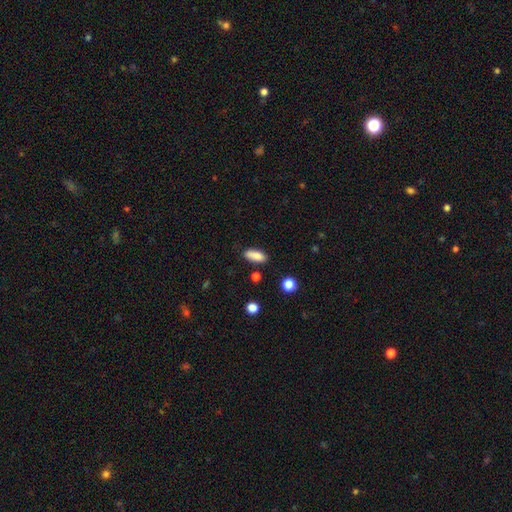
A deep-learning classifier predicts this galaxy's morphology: Smooth or featured?
  - smooth: 85% *
  - star or artifact: 8%
  - featured or disk: 7%
How rounded?
  - in between: 76% *
  - cigar-shaped: 20%
  - round: 3%
Merging?
  - none: 78% *
  - minor disturbance: 14%
  - merger: 4%
  - major disturbance: 3%